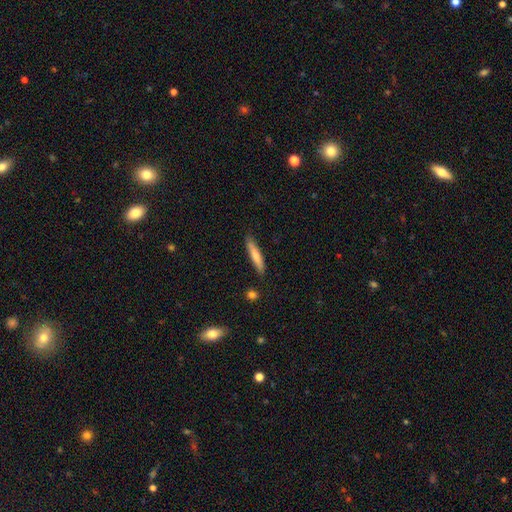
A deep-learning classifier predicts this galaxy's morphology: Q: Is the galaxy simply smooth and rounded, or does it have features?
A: smooth — 72%.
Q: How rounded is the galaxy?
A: cigar-shaped — 89%.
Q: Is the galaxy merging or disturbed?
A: none — 84%.